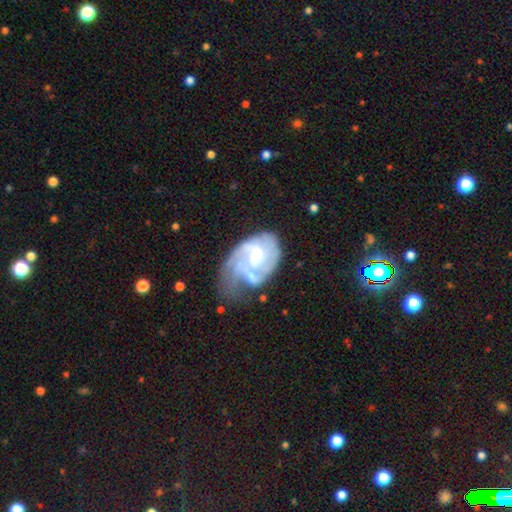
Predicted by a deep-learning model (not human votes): Overall: featured or disk (78%). Edge-on disk: no (97%). Bar: no (49%; weak 42%). Spiral arms: yes (86%). Spiral arm count: can't tell (36%; 2 26%). Spiral winding: tight (43%; medium 38%). Bulge size: moderate (54%; small 38%). Merging: major disturbance (35%; minor disturbance 26%).